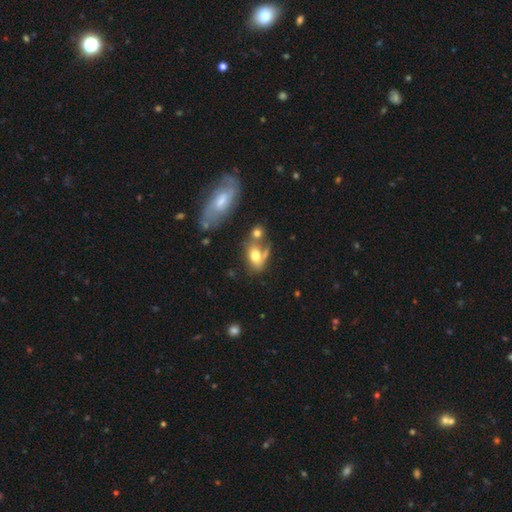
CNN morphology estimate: A smooth galaxy with no disk features (65%) that is in between round and cigar-shaped (79%). Merging: merger (36%).